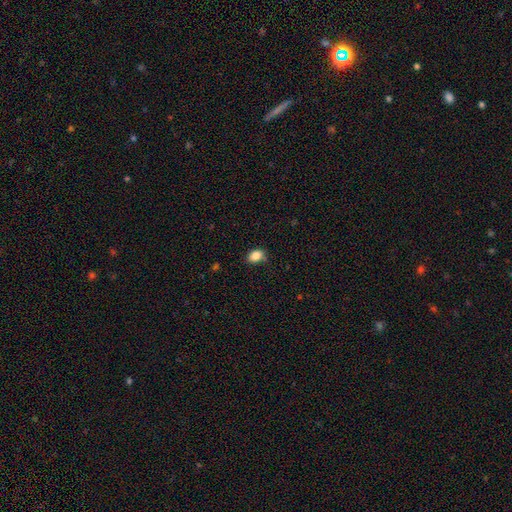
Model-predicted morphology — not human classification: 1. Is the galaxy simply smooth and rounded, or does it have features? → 86% smooth, 9% star or artifact, 5% featured or disk.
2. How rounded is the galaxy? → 80% in between, 19% round, 1% cigar-shaped.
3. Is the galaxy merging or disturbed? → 78% none, 16% minor disturbance, 3% major disturbance, 2% merger.